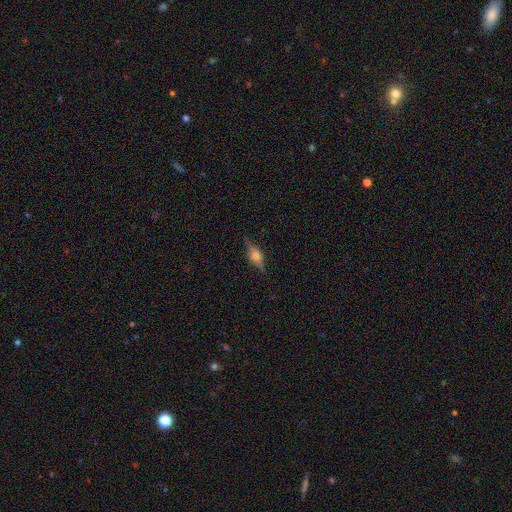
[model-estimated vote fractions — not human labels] Overall: featured or disk (68%). Edge-on disk: yes (95%). Edge-on bulge: rounded (85%). Merging: none (84%).